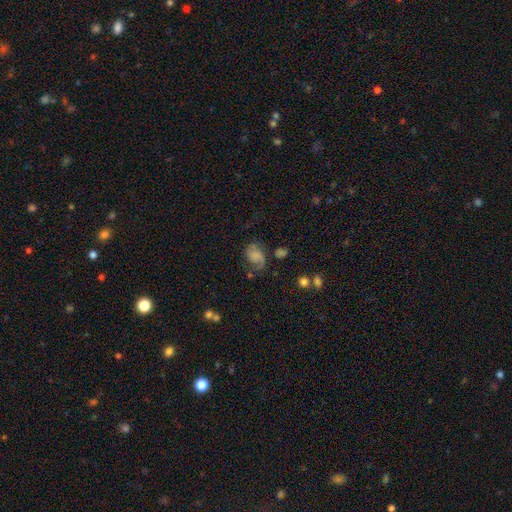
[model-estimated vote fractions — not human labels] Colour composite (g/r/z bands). It shows a smooth galaxy with no disk features (47%). Merging: none (46%).